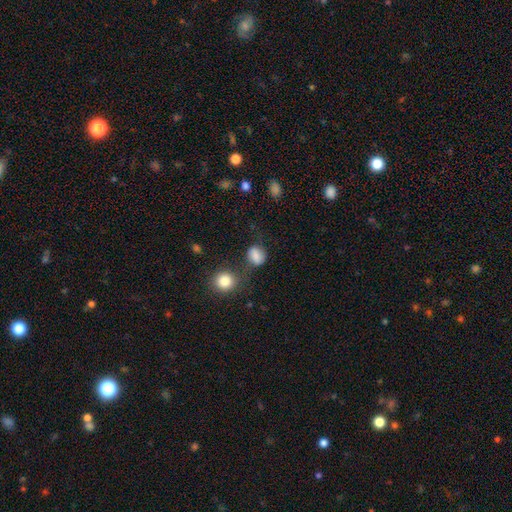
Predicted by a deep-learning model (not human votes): This appears to be a smooth galaxy with no disk features (76%) that is in between round and cigar-shaped (52%). Merging: none (54%).